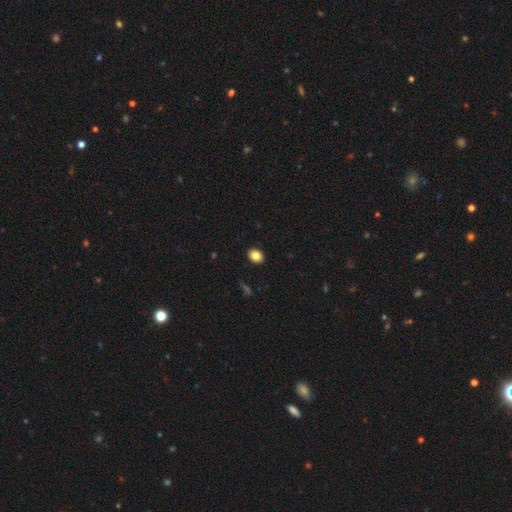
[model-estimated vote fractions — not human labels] smooth_or_featured: smooth (p=0.84) [alt: star or artifact p=0.09]
how_rounded: in between (p=0.63) [alt: round p=0.36]
merging: none (p=0.90) [alt: minor disturbance p=0.07]